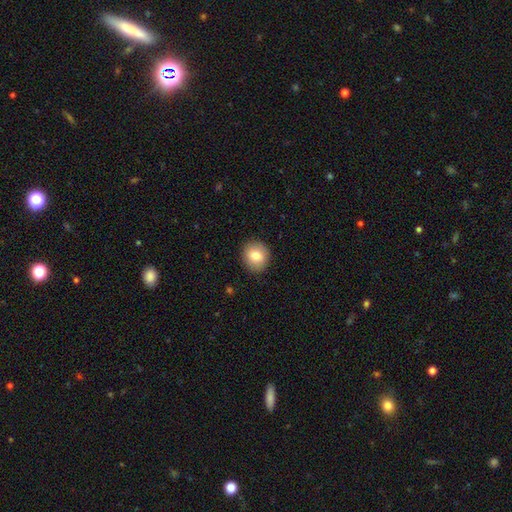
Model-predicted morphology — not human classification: Q: Smooth or featured?
A: smooth (81%); runner-up: featured or disk (11%)
Q: How rounded?
A: round (86%); runner-up: in between (13%)
Q: Merging?
A: none (90%); runner-up: minor disturbance (7%)